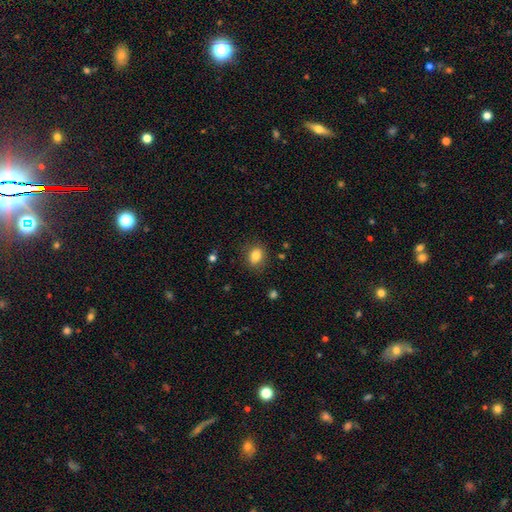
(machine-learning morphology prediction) Q: Smooth or featured?
A: smooth (82%); runner-up: star or artifact (10%)
Q: How rounded?
A: in between (55%); runner-up: round (44%)
Q: Merging?
A: none (84%); runner-up: minor disturbance (12%)